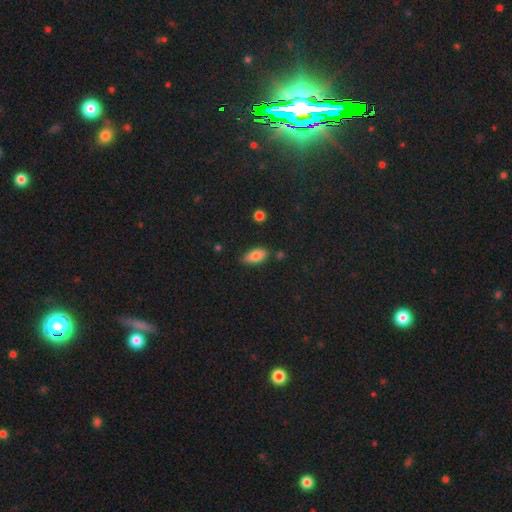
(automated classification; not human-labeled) smooth-or-featured: smooth: 82% | featured or disk: 10% | star or artifact: 8%
  how-rounded: in between: 90% | cigar-shaped: 6% | round: 4%
  merging: none: 76% | minor disturbance: 17% | merger: 3% | major disturbance: 3%